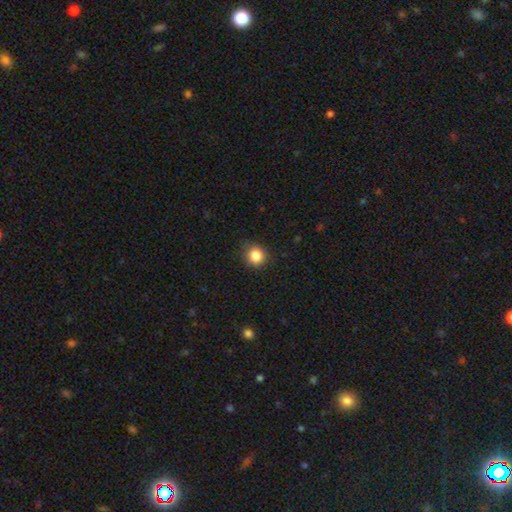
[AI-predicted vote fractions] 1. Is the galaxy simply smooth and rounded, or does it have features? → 85% smooth, 11% star or artifact, 4% featured or disk.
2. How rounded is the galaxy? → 85% round, 14% in between, 1% cigar-shaped.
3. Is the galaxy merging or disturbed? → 84% none, 12% minor disturbance, 3% major disturbance, 1% merger.